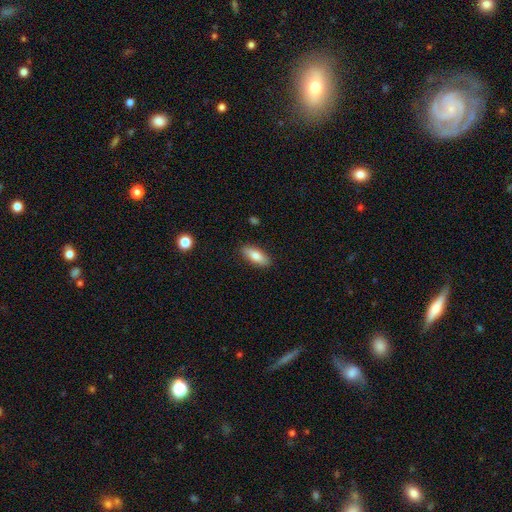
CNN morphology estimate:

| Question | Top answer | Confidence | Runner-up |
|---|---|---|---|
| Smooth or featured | smooth | 79% | featured or disk (15%) |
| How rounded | in between | 75% | cigar-shaped (22%) |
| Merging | none | 88% | minor disturbance (9%) |